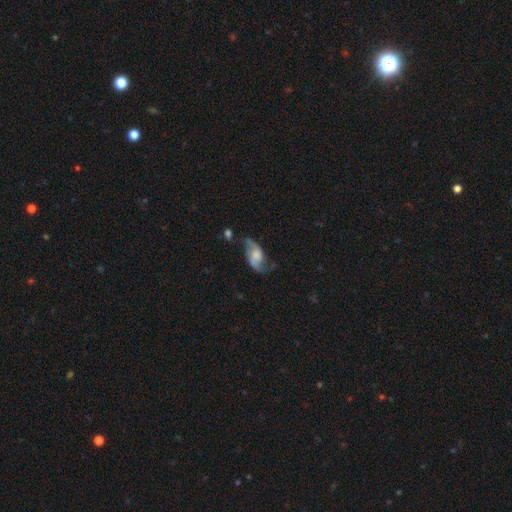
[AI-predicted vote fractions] Morphology: type=featured or disk (76%); edge-on=no (95%); bar=no (59%); spiral arms=yes (93%); winding=loose (67%); arm count=2 (89%); bulge=moderate (32%); merging=none (55%).